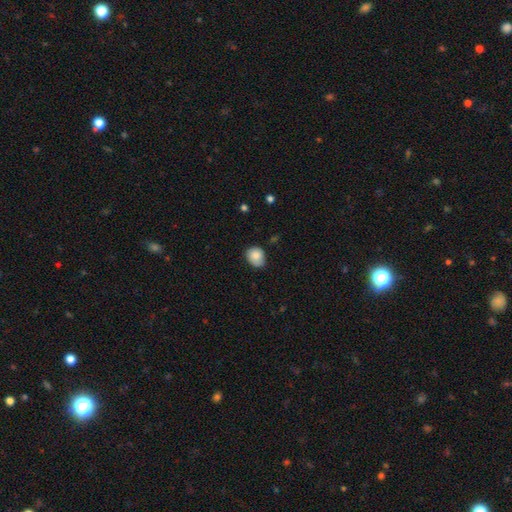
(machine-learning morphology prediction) This appears to be a smooth galaxy with no disk features (84%) that is round (60%). Merging: none (67%).